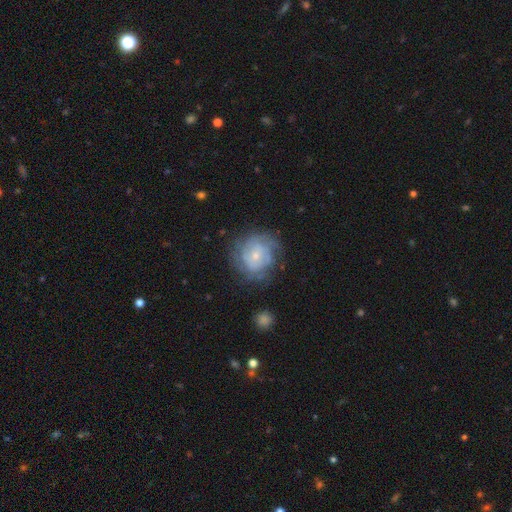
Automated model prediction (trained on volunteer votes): Smooth or featured: featured or disk — 66% (smooth — 26%)
Edge-on disk: no — 98% (yes — 2%)
Bar: no — 78% (weak — 19%)
Spiral arms: yes — 81% (no — 19%)
Spiral winding: tight — 64% (medium — 26%)
Spiral arm count: can't tell — 50% (2 — 17%)
Bulge size: small — 70% (moderate — 25%)
Merging: none — 67% (minor disturbance — 19%)